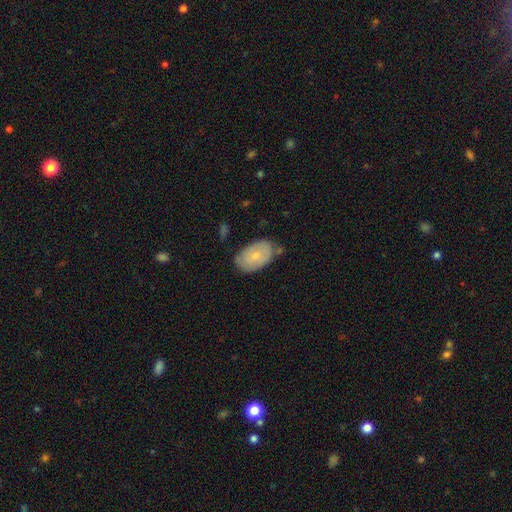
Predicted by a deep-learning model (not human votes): Morphology: type=smooth (63%); roundness=in between (91%); merging=none (69%).